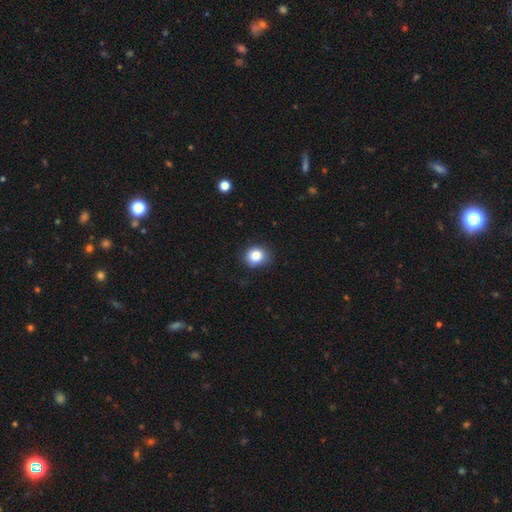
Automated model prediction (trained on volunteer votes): Smooth or featured?
  - smooth: 86% *
  - star or artifact: 10%
  - featured or disk: 5%
How rounded?
  - round: 79% *
  - in between: 20%
  - cigar-shaped: 1%
Merging?
  - none: 80% *
  - minor disturbance: 15%
  - major disturbance: 3%
  - merger: 1%